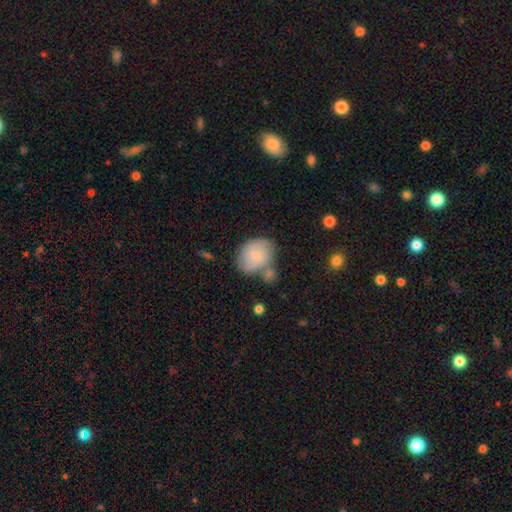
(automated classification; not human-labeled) This is likely a smooth galaxy (68%). How rounded: possibly in between (51%). Merging: possibly none (49%).